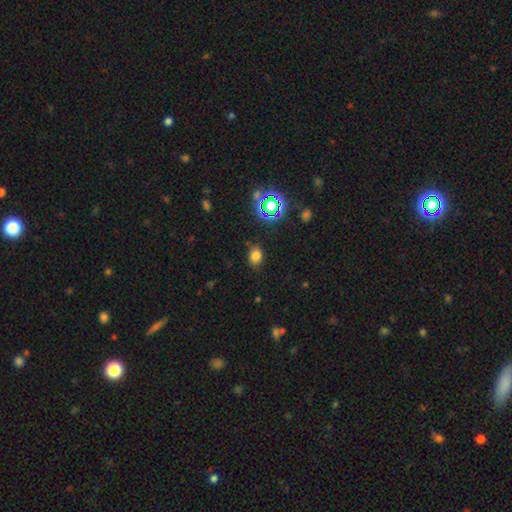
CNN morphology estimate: The model was most divided on "how rounded": in between: 57%, round: 41%, cigar-shaped: 1%. More confident: merging — none (81%); smooth or featured — smooth (74%).